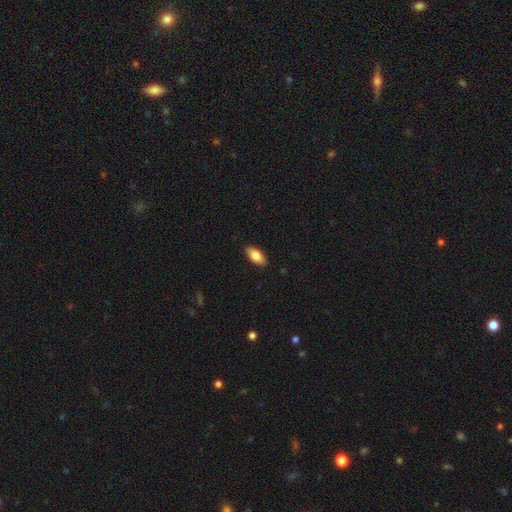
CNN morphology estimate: smooth_or_featured: smooth (p=0.81) [alt: featured or disk p=0.12]
how_rounded: in between (p=0.91) [alt: cigar-shaped p=0.07]
merging: none (p=0.89) [alt: minor disturbance p=0.08]